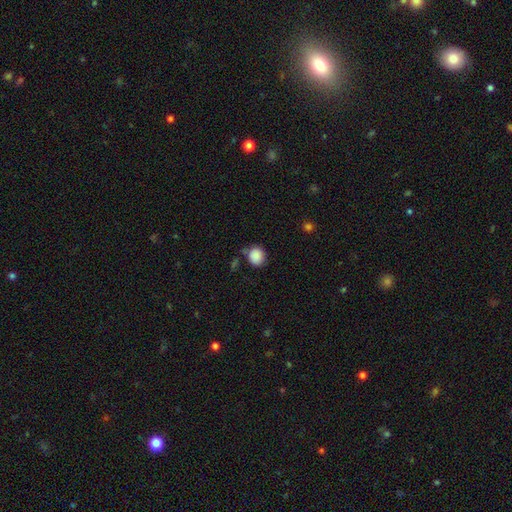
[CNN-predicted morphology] The model was most divided on "merging": none: 67%, minor disturbance: 18%, merger: 9%, major disturbance: 6%. More confident: smooth or featured — smooth (86%); how rounded — round (84%).